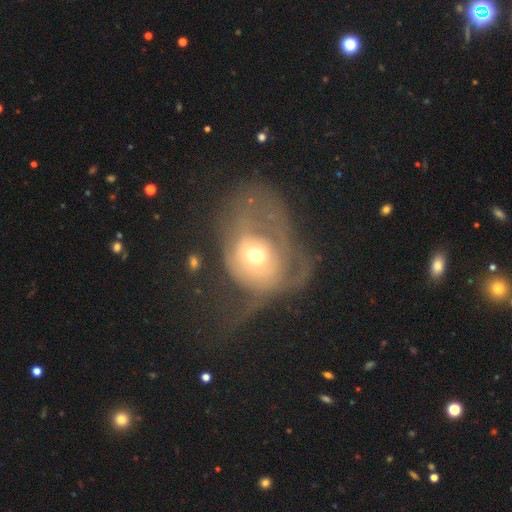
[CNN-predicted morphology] featured or disk 55%, smooth 37%, star or artifact 8%. Down the decision tree: edge-on disk — no (94%); bar — no (83%); spiral arms — no (65%); bulge size — moderate (62%); merging — major disturbance (64%).